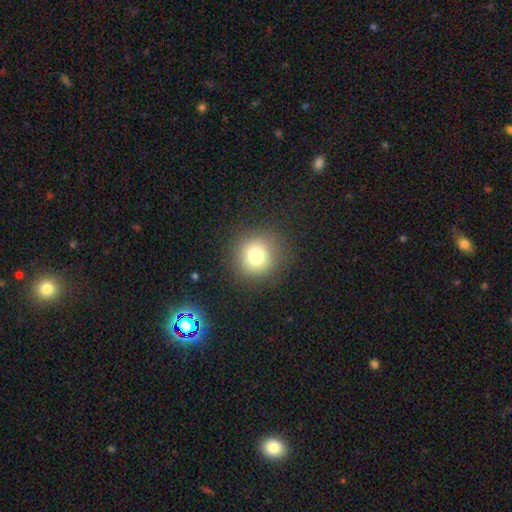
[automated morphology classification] smooth 78%, star or artifact 13%, featured or disk 9%. Down the decision tree: how rounded — round (91%); merging — none (87%).